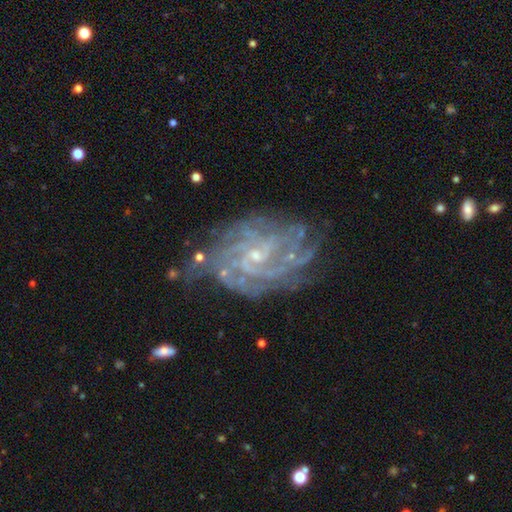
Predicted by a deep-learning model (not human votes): This is clearly a featured or disk galaxy (87%). It is clearly not viewed edge-on (97%). Bar: possibly no (49%). Spiral arm pattern: clearly yes (96%). Spiral arm count: marginally can't tell (30%). Spiral winding: likely tight (66%). Central bulge: likely small (80%). Merging: likely none (68%).